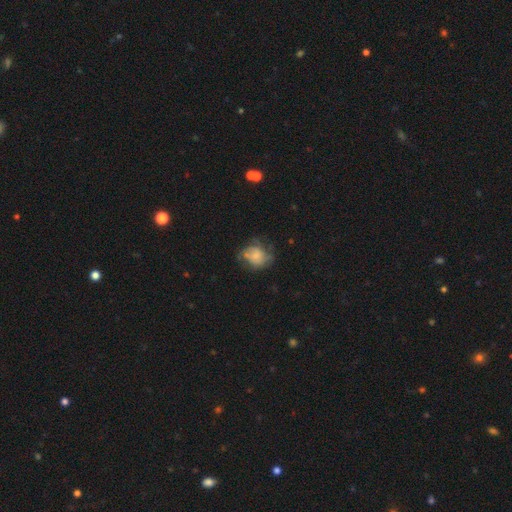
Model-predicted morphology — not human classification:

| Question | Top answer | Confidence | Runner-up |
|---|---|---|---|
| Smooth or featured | smooth | 50% | featured or disk (40%) |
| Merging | none | 48% | minor disturbance (29%) |